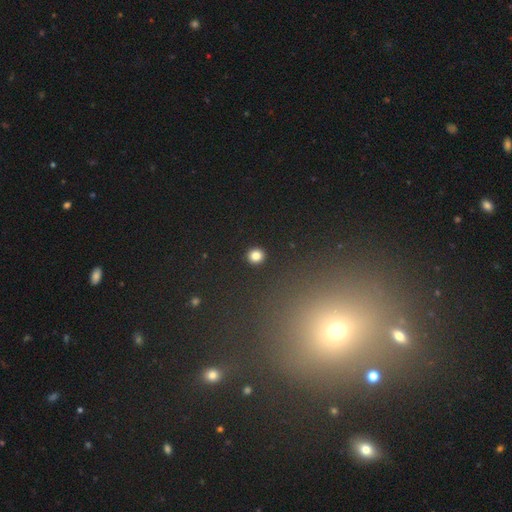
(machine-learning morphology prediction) Smooth or featured? smooth (83%)
How rounded? round (87%)
Merging? none (92%)